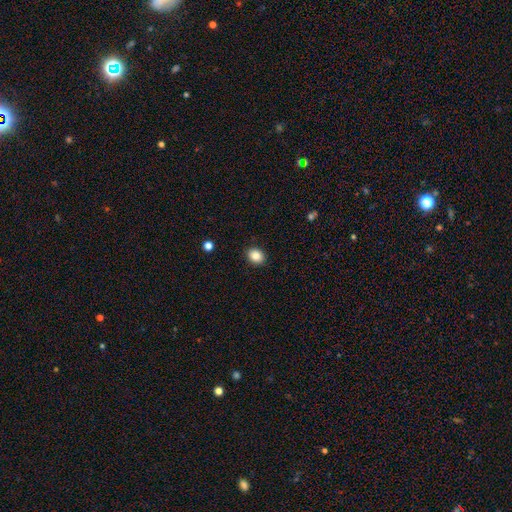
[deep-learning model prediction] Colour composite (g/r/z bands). It shows a smooth galaxy with no disk features (86%) that is round (50%). Merging: none (90%).